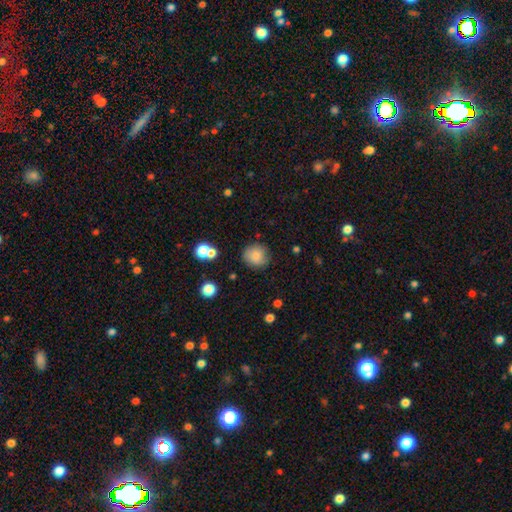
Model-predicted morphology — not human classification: A smooth galaxy with no disk features (83%) that is round (89%). Merging: none (82%).